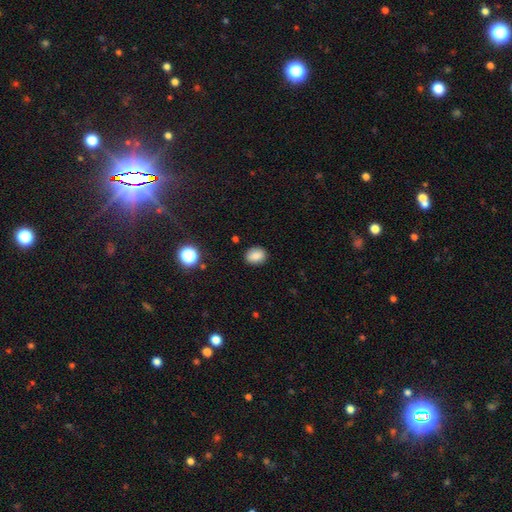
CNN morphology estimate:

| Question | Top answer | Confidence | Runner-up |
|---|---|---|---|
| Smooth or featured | smooth | 85% | star or artifact (10%) |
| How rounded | in between | 59% | round (40%) |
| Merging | none | 87% | minor disturbance (9%) |